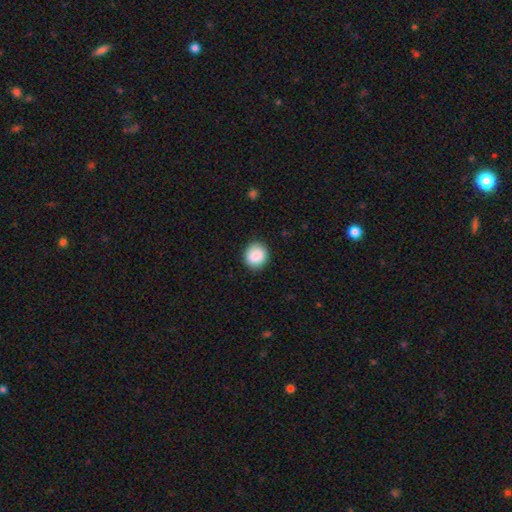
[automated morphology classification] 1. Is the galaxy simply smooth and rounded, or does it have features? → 86% smooth, 7% star or artifact, 6% featured or disk.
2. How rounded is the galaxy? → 78% round, 21% in between, 1% cigar-shaped.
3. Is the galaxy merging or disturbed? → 87% none, 10% minor disturbance, 2% major disturbance, 1% merger.